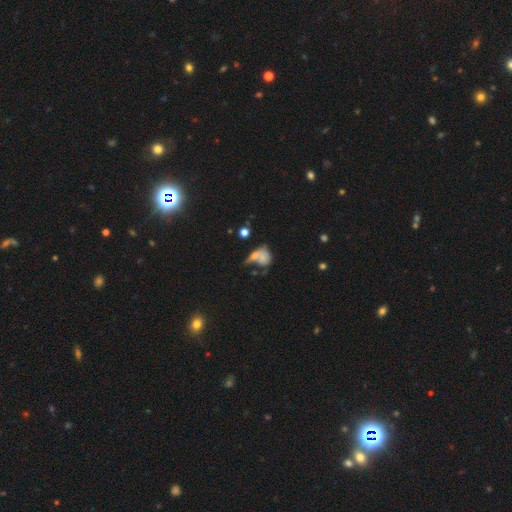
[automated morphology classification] smooth_or_featured: smooth (p=0.59) [alt: featured or disk p=0.24]
how_rounded: in between (p=0.54) [alt: round p=0.43]
merging: merger (p=0.37) [alt: none p=0.30]